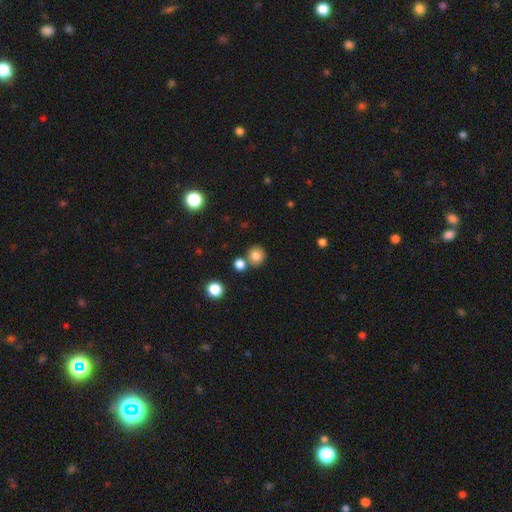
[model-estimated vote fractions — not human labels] The model was most divided on "merging": none: 75%, merger: 15%, minor disturbance: 8%, major disturbance: 2%. More confident: how rounded — round (89%); smooth or featured — smooth (81%).